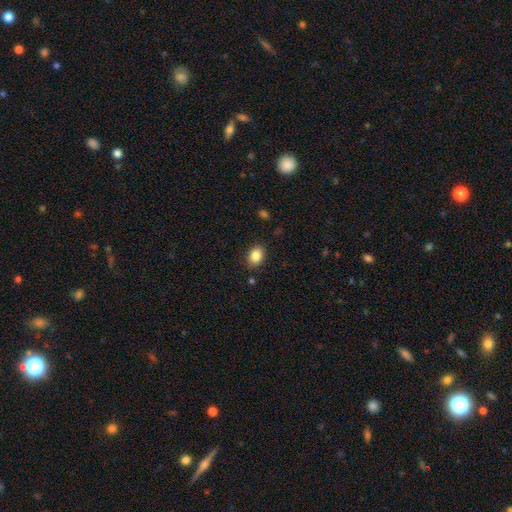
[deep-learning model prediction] smooth 86%, star or artifact 9%, featured or disk 6%. Down the decision tree: how rounded — in between (67%); merging — none (86%).